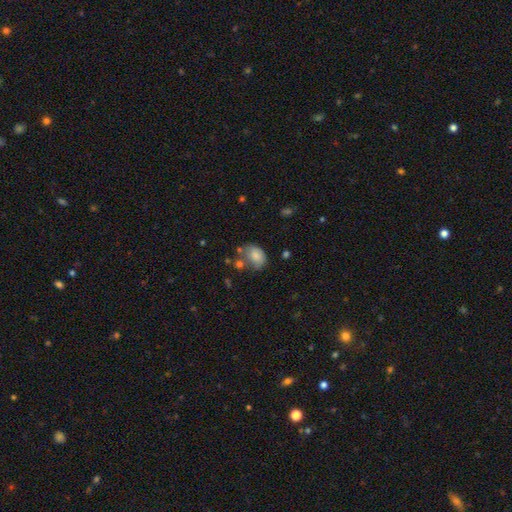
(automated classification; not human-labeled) smooth-or-featured: smooth: 80% | featured or disk: 12% | star or artifact: 9%
  how-rounded: in between: 79% | round: 20% | cigar-shaped: 1%
  merging: none: 49% | minor disturbance: 27% | merger: 12% | major disturbance: 11%